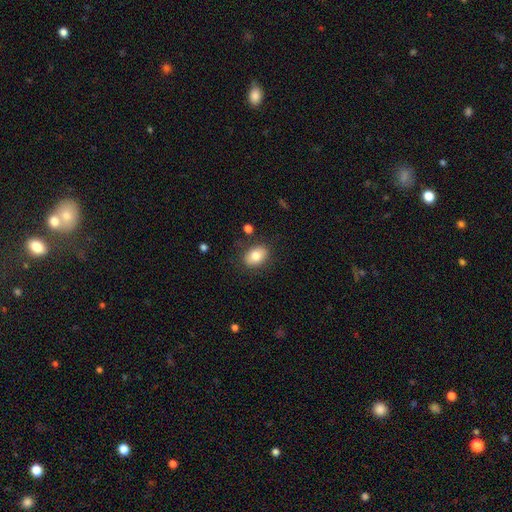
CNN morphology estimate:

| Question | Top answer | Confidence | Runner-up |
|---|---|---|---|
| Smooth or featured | smooth | 79% | featured or disk (13%) |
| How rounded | in between | 76% | round (23%) |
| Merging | none | 82% | minor disturbance (12%) |